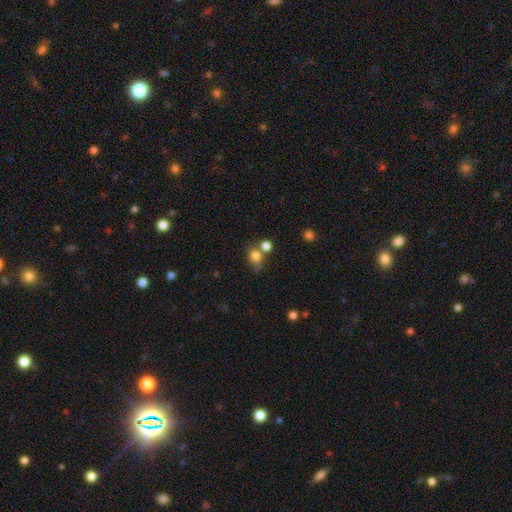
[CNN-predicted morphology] smooth-or-featured: smooth: 80% | star or artifact: 12% | featured or disk: 8%
  how-rounded: round: 63% | in between: 35% | cigar-shaped: 1%
  merging: none: 48% | merger: 33% | minor disturbance: 13% | major disturbance: 6%